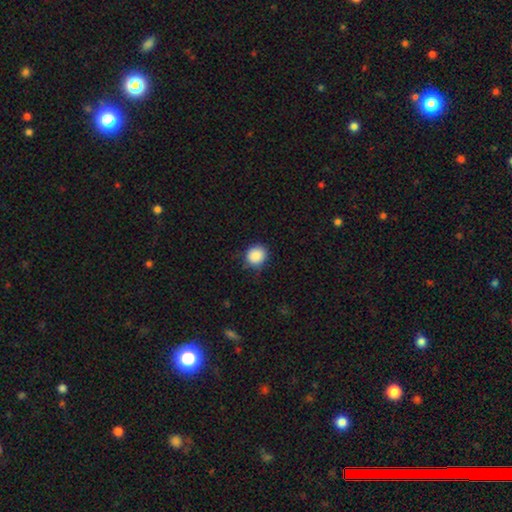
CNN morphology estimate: Smooth or featured? Predicted: smooth (p=0.89). How rounded? Predicted: round (p=0.85). Merging? Predicted: none (p=0.82).